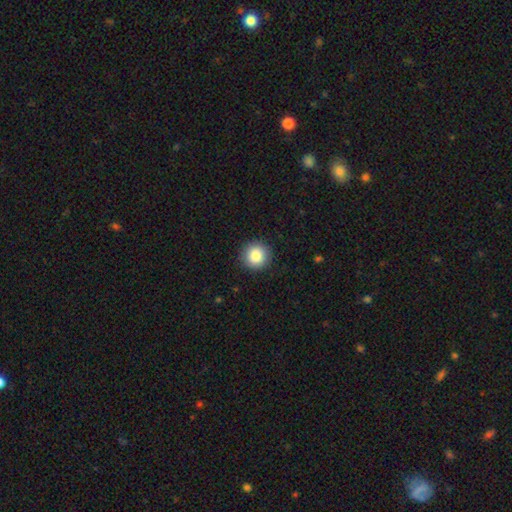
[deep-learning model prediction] Smooth or featured? Predicted: smooth (p=0.86). How rounded? Predicted: round (p=0.95). Merging? Predicted: none (p=0.91).